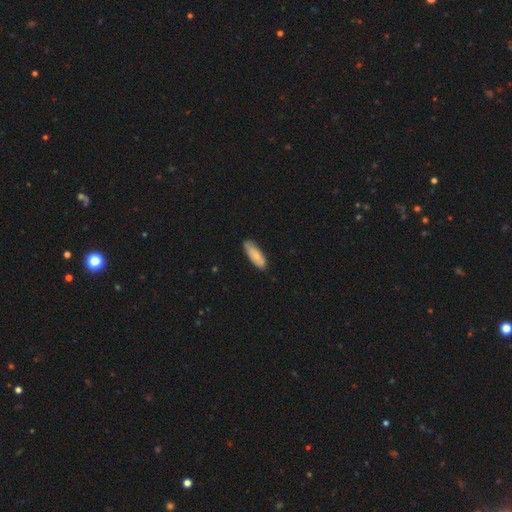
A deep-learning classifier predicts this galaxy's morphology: Smooth or featured? Predicted: smooth (p=0.78). How rounded? Predicted: in between (p=0.61). Merging? Predicted: none (p=0.78).